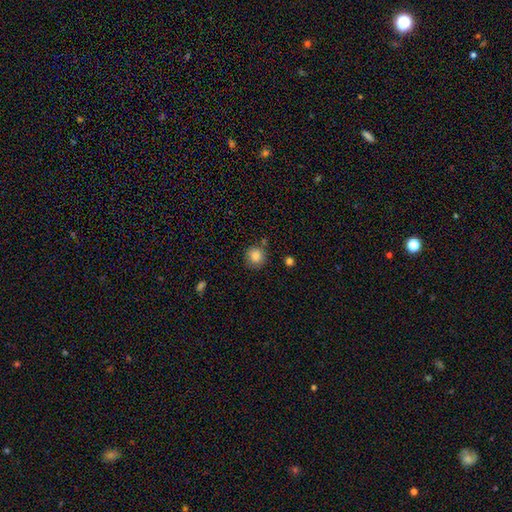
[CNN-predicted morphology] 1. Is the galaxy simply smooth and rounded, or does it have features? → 85% smooth, 10% star or artifact, 5% featured or disk.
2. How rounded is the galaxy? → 91% round, 8% in between, 1% cigar-shaped.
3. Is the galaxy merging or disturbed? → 79% none, 12% minor disturbance, 7% merger, 3% major disturbance.